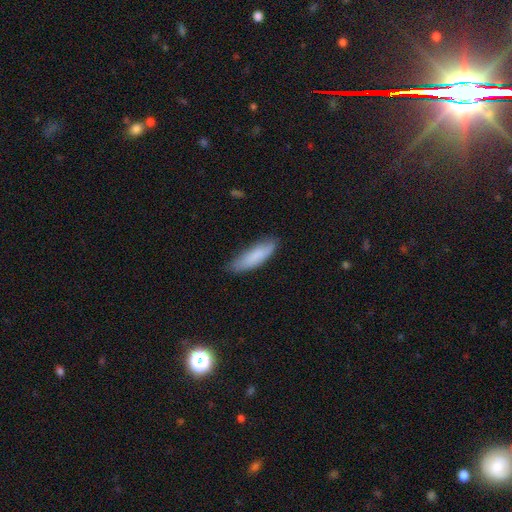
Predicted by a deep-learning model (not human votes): Morphology: type=smooth (84%); roundness=cigar-shaped (58%); merging=none (76%).